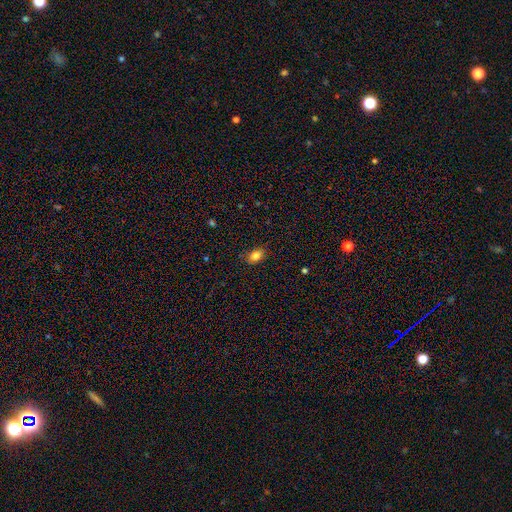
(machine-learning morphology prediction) Smooth or featured? smooth (83%)
How rounded? in between (80%)
Merging? none (82%)